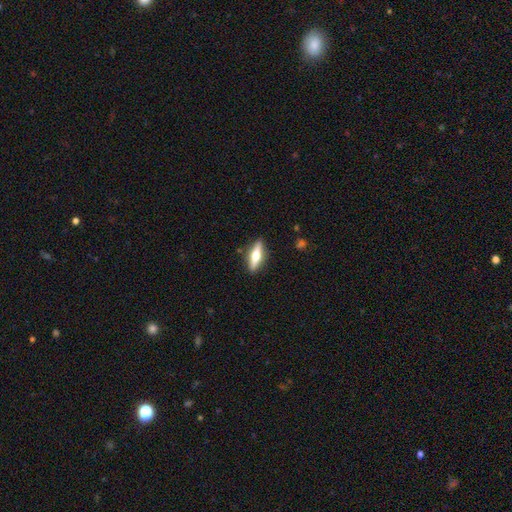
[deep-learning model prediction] smooth_or_featured: featured or disk (p=0.57) [alt: smooth p=0.37]
disk_edge_on: yes (p=0.94) [alt: no p=0.06]
edge_on_bulge: rounded (p=0.94) [alt: boxy p=0.04]
merging: none (p=0.88) [alt: minor disturbance p=0.09]